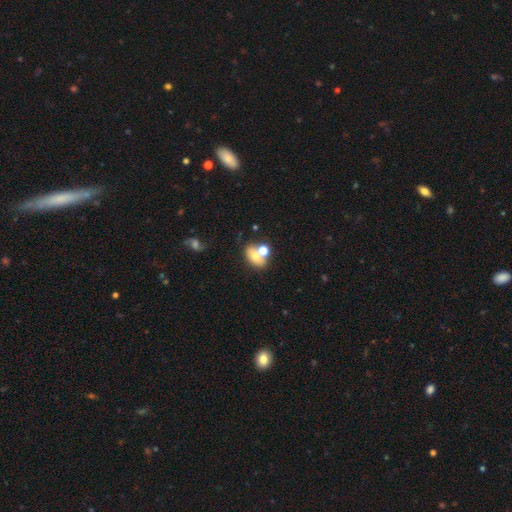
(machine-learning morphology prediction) A smooth galaxy with no disk features (65%) that is in between round and cigar-shaped (64%).

Vote fractions:
- Smooth or featured? smooth: 65% / featured or disk: 22% / star or artifact: 12%
- How rounded? in between: 64% / round: 35% / cigar-shaped: 2%
- Merging? merger: 42% / none: 40% / minor disturbance: 12% / major disturbance: 6%